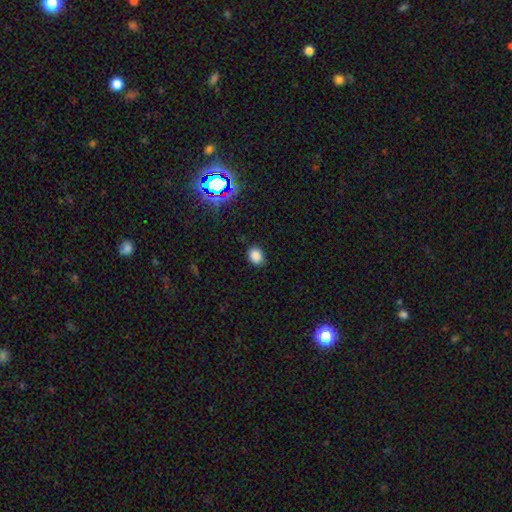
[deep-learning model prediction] smooth 83%, star or artifact 14%, featured or disk 4%. Down the decision tree: how rounded — in between (54%); merging — none (86%).